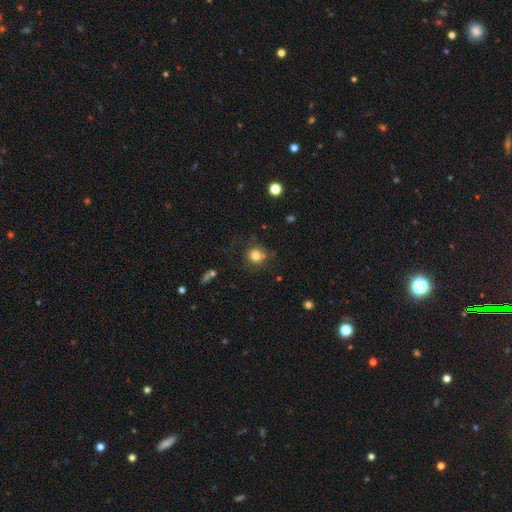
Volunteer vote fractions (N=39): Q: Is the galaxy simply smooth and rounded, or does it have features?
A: smooth — 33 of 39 (85%).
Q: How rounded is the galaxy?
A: round — 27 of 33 (82%).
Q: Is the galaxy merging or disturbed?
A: none — 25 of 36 (69%).